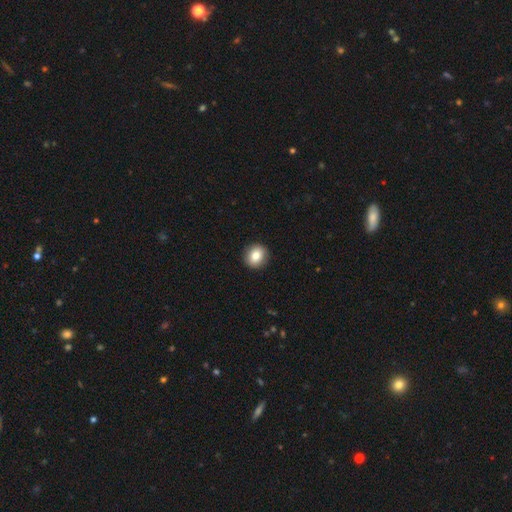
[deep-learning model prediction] smooth-or-featured: smooth: 83% | star or artifact: 9% | featured or disk: 9%
  how-rounded: round: 80% | in between: 19% | cigar-shaped: 1%
  merging: none: 92% | minor disturbance: 5% | major disturbance: 2% | merger: 1%